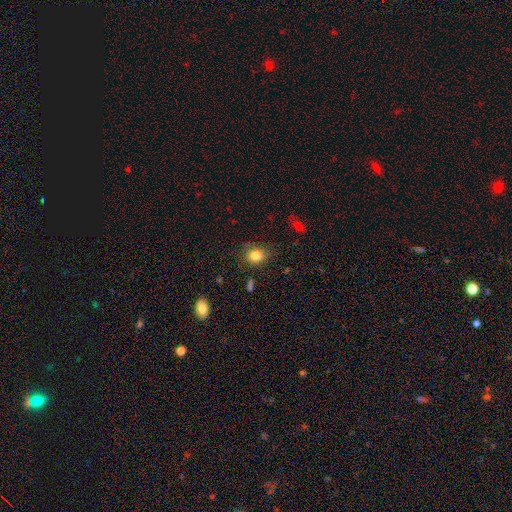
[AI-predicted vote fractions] smooth_or_featured: smooth (p=0.83) [alt: star or artifact p=0.11]
how_rounded: round (p=0.54) [alt: in between p=0.45]
merging: none (p=0.79) [alt: minor disturbance p=0.15]